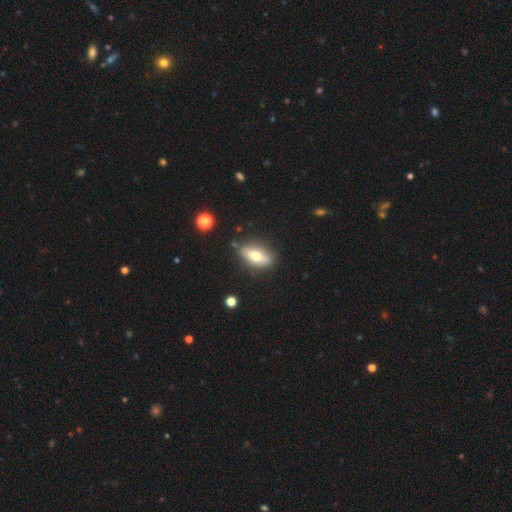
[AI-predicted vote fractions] Smooth or featured? Predicted: smooth (p=0.62). How rounded? Predicted: in between (p=0.79). Merging? Predicted: none (p=0.79).